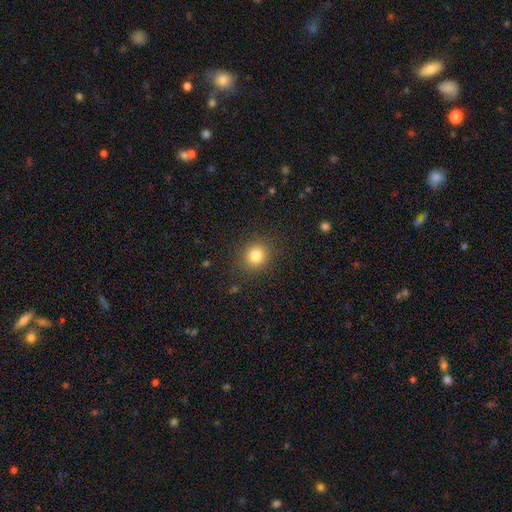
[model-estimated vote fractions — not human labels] Smooth or featured: smooth — 82% (star or artifact — 12%)
How rounded: round — 80% (in between — 19%)
Merging: none — 88% (minor disturbance — 8%)